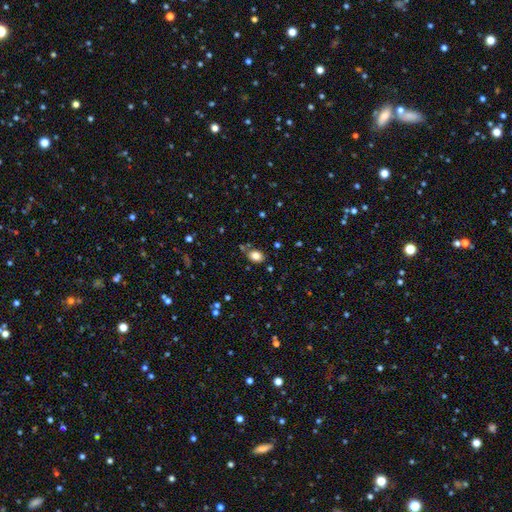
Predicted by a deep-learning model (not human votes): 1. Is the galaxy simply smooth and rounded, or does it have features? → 83% smooth, 11% star or artifact, 7% featured or disk.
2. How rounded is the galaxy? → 73% in between, 26% round, 1% cigar-shaped.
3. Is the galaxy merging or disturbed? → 78% none, 13% minor disturbance, 5% merger, 3% major disturbance.